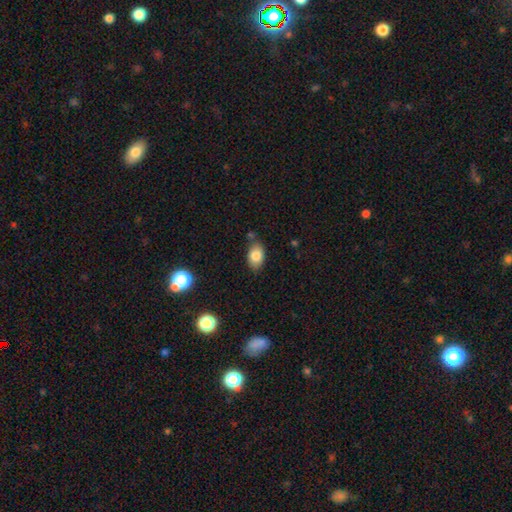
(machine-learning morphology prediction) smooth 82%, featured or disk 9%, star or artifact 8%. Down the decision tree: how rounded — in between (84%); merging — none (72%).